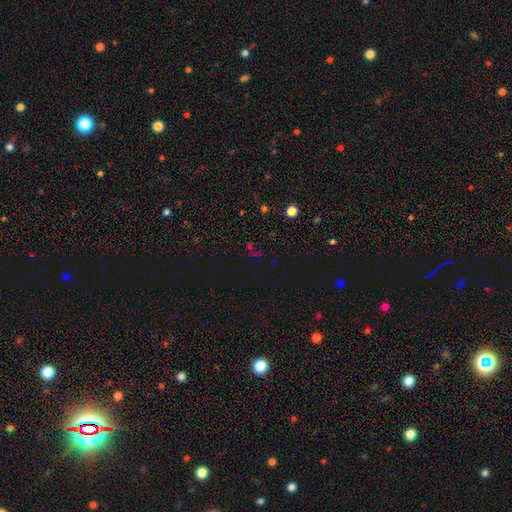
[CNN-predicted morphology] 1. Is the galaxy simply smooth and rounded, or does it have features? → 64% star or artifact, 27% smooth, 9% featured or disk.